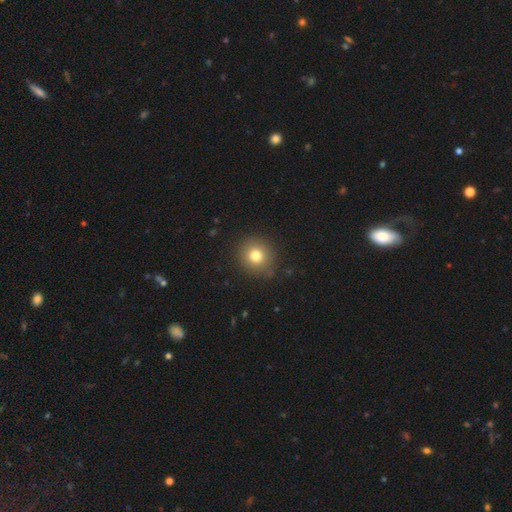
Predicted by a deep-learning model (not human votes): A smooth galaxy with no disk features (78%) that is round (86%).

Vote fractions:
- Smooth or featured? smooth: 78% / star or artifact: 12% / featured or disk: 10%
- How rounded? round: 86% / in between: 13% / cigar-shaped: 1%
- Merging? none: 86% / minor disturbance: 10% / major disturbance: 3% / merger: 1%